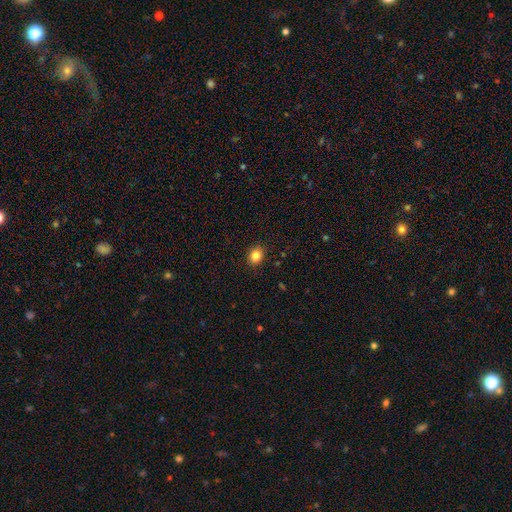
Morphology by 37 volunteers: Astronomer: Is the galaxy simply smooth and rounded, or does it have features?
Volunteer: smooth — 86%.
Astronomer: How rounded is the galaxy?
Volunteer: round — 53% (runner-up: in between, 44%).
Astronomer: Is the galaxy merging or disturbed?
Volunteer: none — 97%.